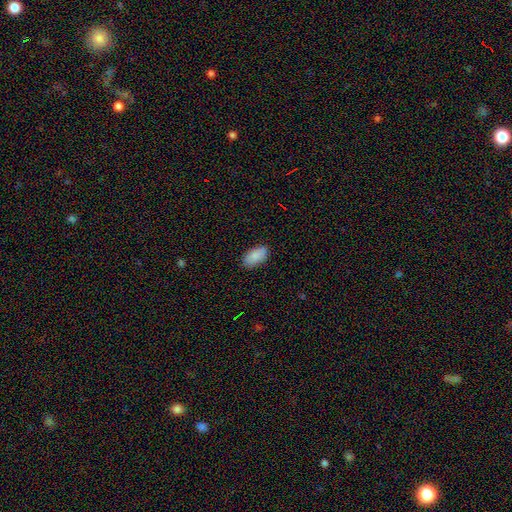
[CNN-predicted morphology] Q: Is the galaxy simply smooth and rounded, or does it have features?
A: smooth — 89%.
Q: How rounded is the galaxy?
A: in between — 94%.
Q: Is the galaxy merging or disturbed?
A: none — 87%.